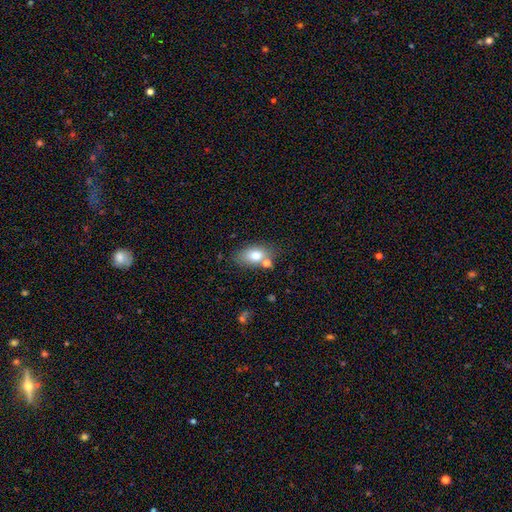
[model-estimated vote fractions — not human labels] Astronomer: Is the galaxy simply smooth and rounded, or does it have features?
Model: smooth — 75%.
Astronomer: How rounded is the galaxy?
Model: in between — 87%.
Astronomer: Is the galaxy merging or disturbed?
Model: none — 63%.